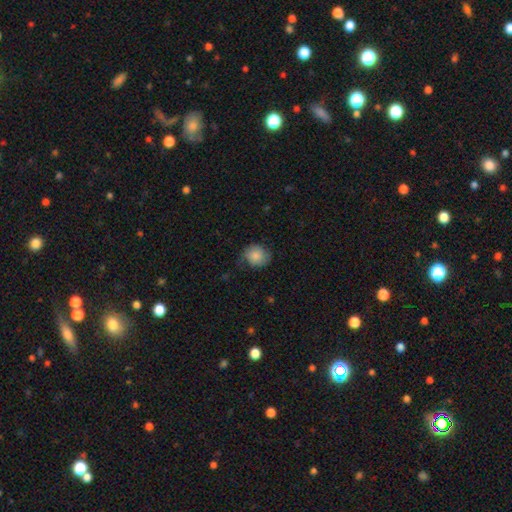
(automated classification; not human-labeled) A smooth galaxy with no disk features (77%) that is round (78%). Merging: none (61%).